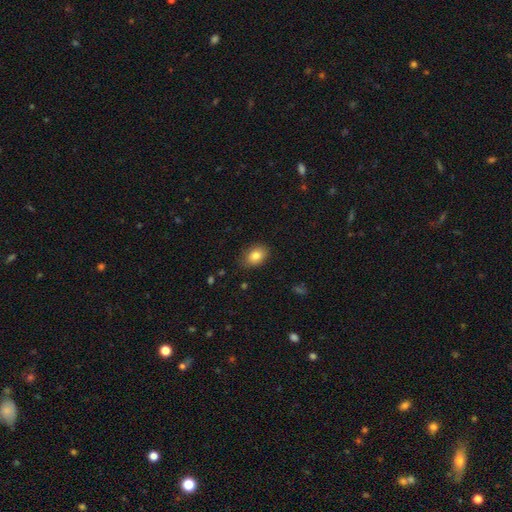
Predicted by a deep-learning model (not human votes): smooth 83%, star or artifact 9%, featured or disk 8%. Down the decision tree: how rounded — in between (76%); merging — none (80%).